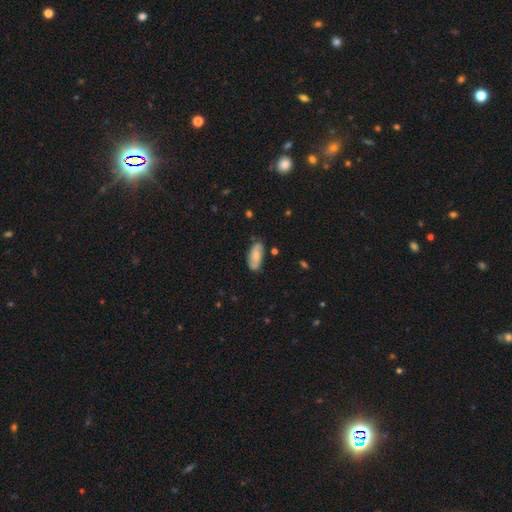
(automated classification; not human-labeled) smooth 57%, featured or disk 36%, star or artifact 7%. Down the decision tree: how rounded — in between (85%); merging — none (76%).